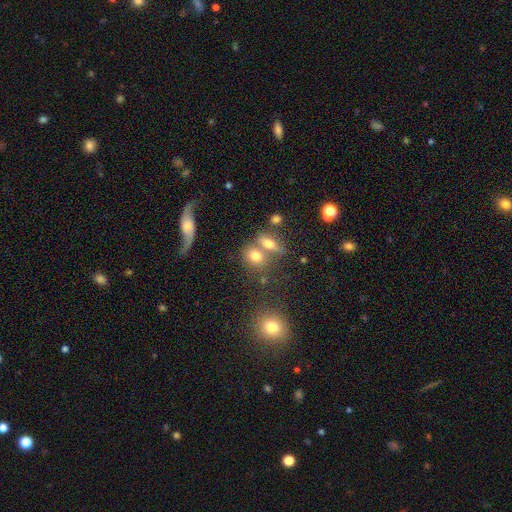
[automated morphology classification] A smooth galaxy with no disk features (68%) that is in between round and cigar-shaped (53%). Merging: none (46%).